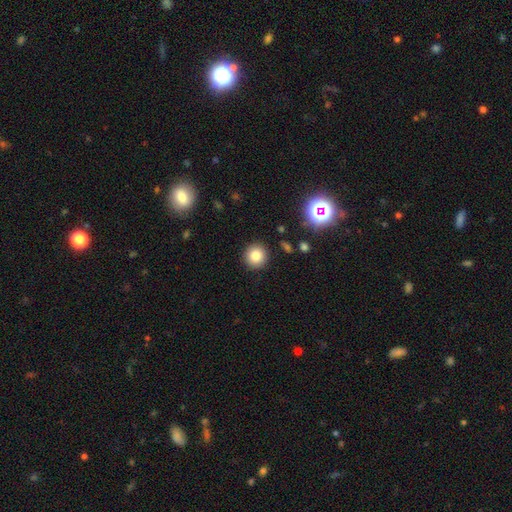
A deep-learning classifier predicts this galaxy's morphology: A smooth galaxy with no disk features (82%) that is round (94%). Merging: none (91%).